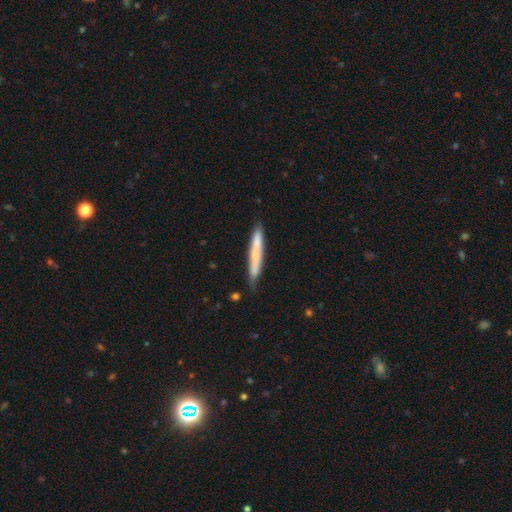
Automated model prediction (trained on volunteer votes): Q: Smooth or featured?
A: smooth (61%); runner-up: featured or disk (33%)
Q: How rounded?
A: cigar-shaped (94%); runner-up: in between (4%)
Q: Merging?
A: none (71%); runner-up: minor disturbance (22%)